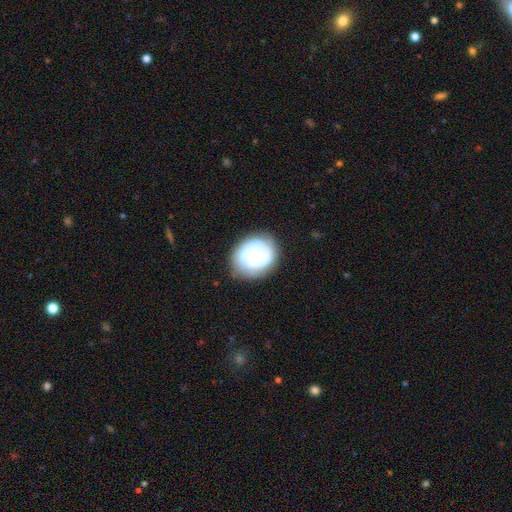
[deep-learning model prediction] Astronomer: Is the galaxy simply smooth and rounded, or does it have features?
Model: featured or disk — 50% (runner-up: smooth, 43%).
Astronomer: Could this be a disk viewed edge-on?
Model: no — 97%.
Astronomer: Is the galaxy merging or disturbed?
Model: none — 69%.